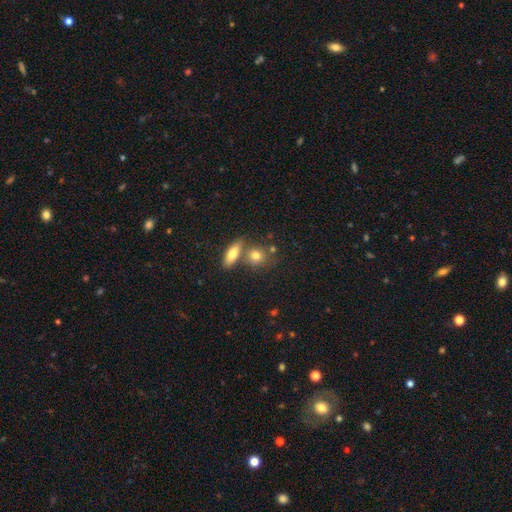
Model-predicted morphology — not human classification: smooth_or_featured: smooth (p=0.77) [alt: featured or disk p=0.14]
how_rounded: round (p=0.59) [alt: in between p=0.35]
merging: none (p=0.55) [alt: merger p=0.31]